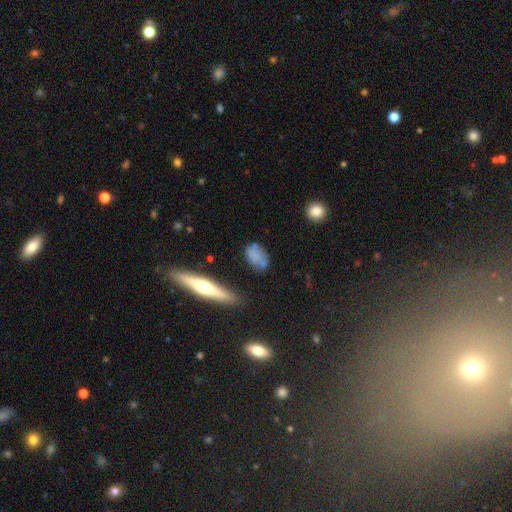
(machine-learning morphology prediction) This appears to be a smooth galaxy with no disk features (65%) that is in between round and cigar-shaped (77%). Merging: none (58%).